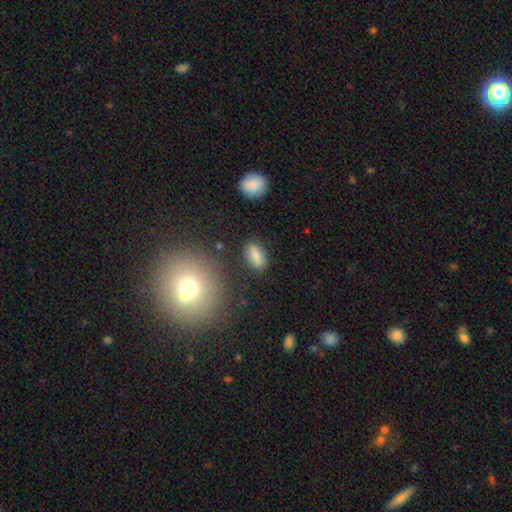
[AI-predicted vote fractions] Overall: smooth (78%). How rounded: in between (82%). Merging: none (84%).